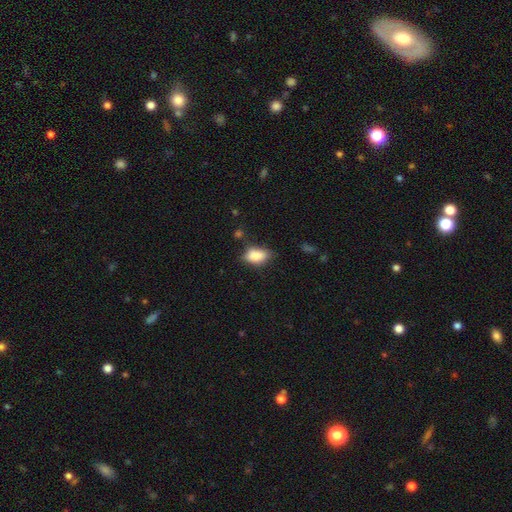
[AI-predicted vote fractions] Smooth or featured? smooth (83%)
How rounded? in between (87%)
Merging? none (63%)